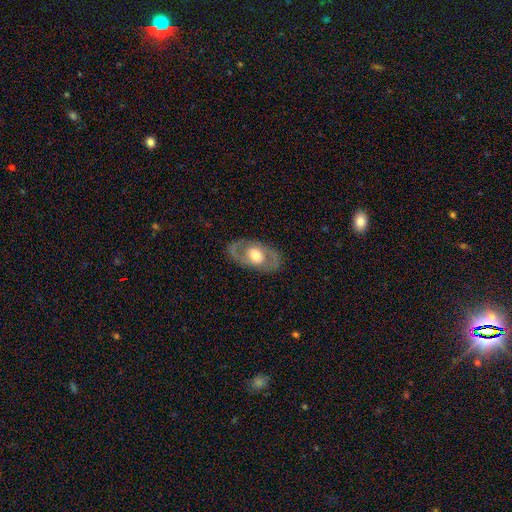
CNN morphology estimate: Overall: featured or disk (71%). Edge-on disk: no (92%). Bar: no (68%). Spiral arms: yes (57%; no 43%). Bulge size: moderate (65%). Merging: none (83%).